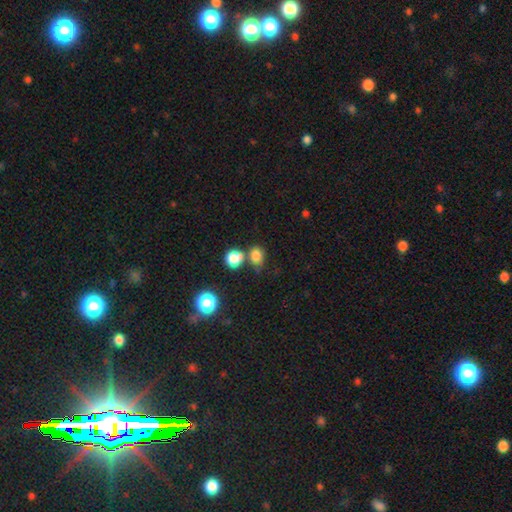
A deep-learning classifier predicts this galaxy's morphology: Smooth or featured? Predicted: smooth (p=0.80). How rounded? Predicted: in between (p=0.54). Merging? Predicted: none (p=0.48).